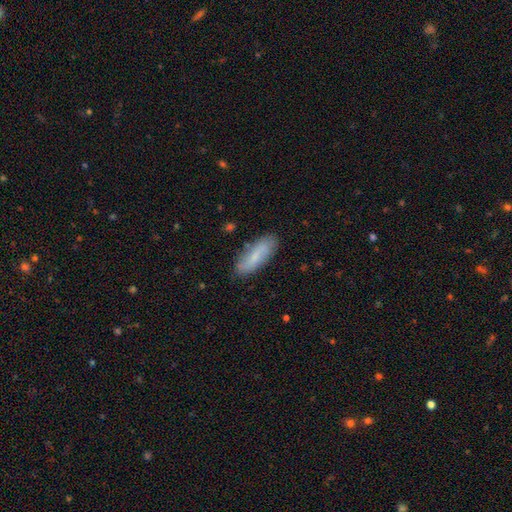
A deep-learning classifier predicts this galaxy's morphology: Smooth or featured?
  - smooth: 73% *
  - featured or disk: 21%
  - star or artifact: 7%
How rounded?
  - in between: 57% *
  - cigar-shaped: 41%
  - round: 2%
Merging?
  - none: 81% *
  - minor disturbance: 14%
  - major disturbance: 3%
  - merger: 2%